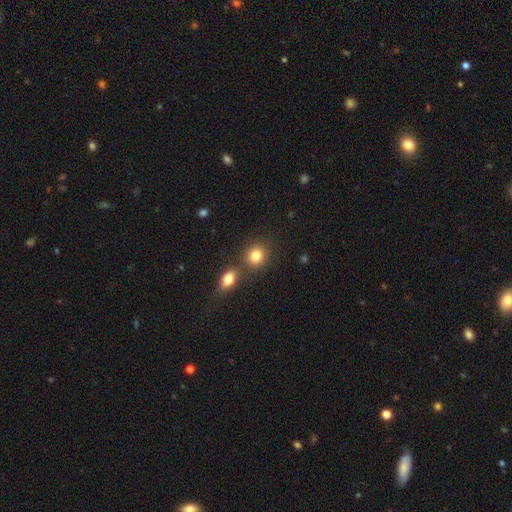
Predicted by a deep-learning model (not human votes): The model was most divided on "merging": none: 67%, merger: 21%, minor disturbance: 8%, major disturbance: 3%. More confident: smooth or featured — smooth (82%); how rounded — round (78%).